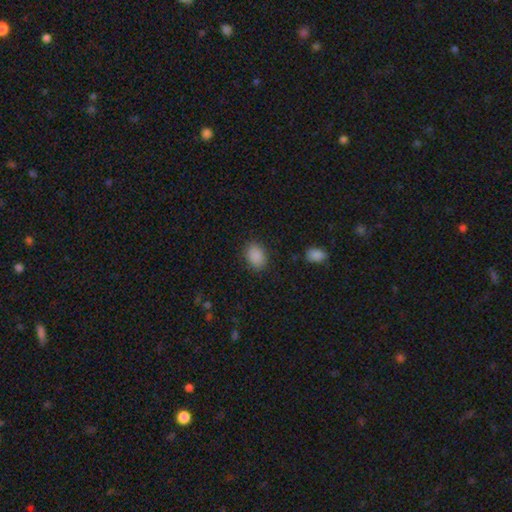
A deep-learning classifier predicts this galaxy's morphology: Overall: smooth (88%). How rounded: in between (76%). Merging: none (86%).